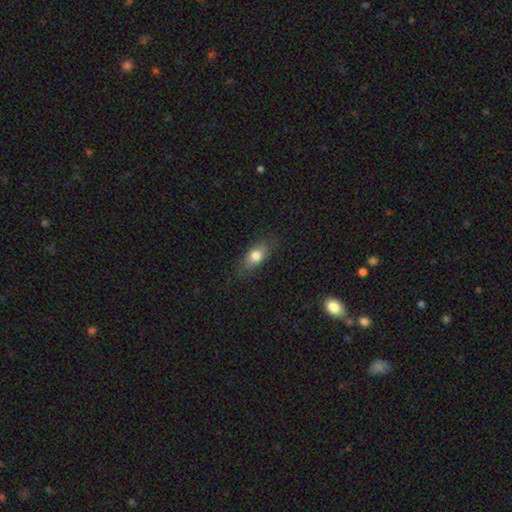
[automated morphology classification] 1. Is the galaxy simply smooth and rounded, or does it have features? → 78% smooth, 14% featured or disk, 8% star or artifact.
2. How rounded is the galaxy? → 82% in between, 9% cigar-shaped, 8% round.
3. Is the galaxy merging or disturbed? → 81% none, 15% minor disturbance, 4% major disturbance, 1% merger.